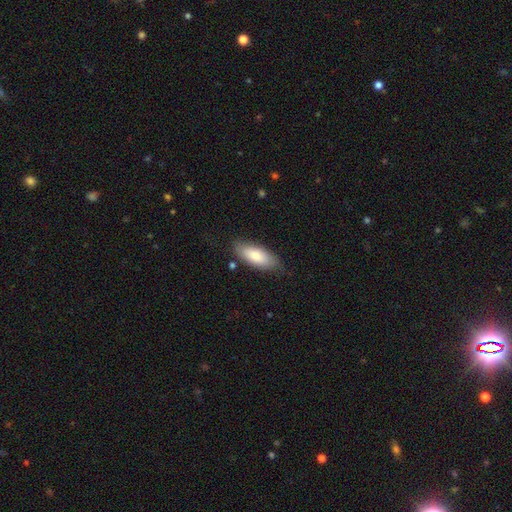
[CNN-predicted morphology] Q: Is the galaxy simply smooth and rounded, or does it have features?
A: smooth — 78%.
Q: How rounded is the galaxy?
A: in between — 81%.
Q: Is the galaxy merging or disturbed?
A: none — 79%.